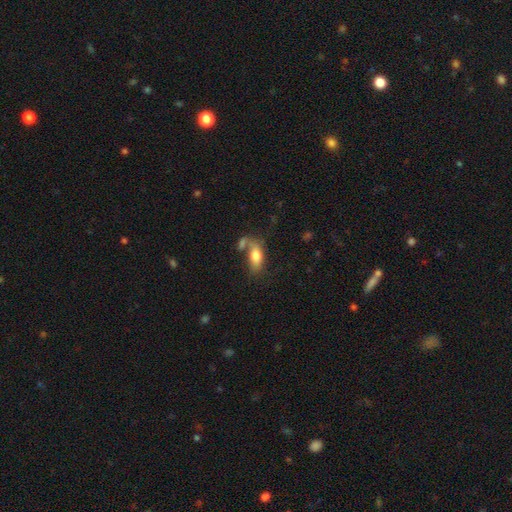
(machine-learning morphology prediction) Smooth or featured? smooth (74%)
How rounded? in between (82%)
Merging? none (42%)